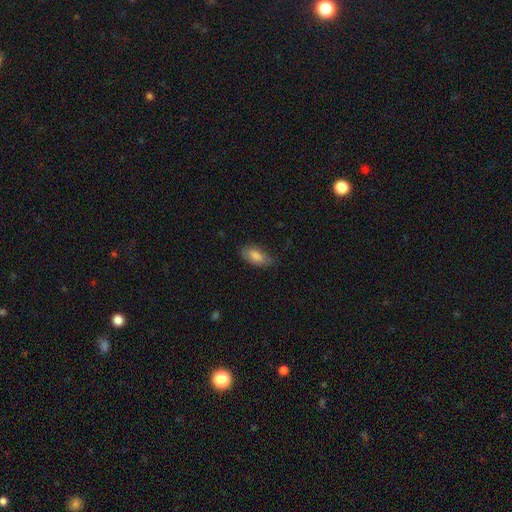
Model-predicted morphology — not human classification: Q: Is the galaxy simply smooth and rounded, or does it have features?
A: smooth — 81%.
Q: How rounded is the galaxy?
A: in between — 89%.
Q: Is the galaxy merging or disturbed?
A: none — 71%.